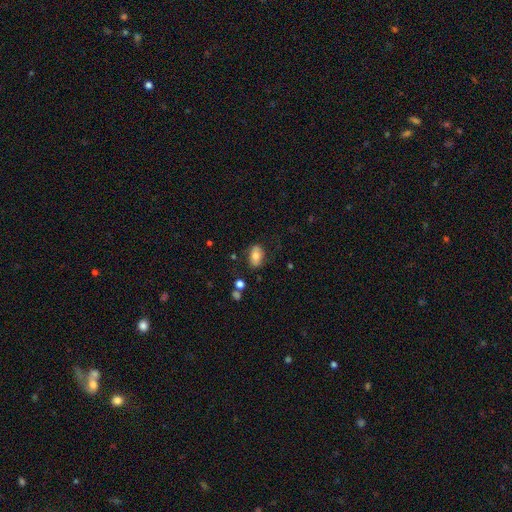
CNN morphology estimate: The model was most divided on "smooth or featured": smooth: 74%, featured or disk: 18%, star or artifact: 8%. More confident: how rounded — in between (88%); merging — none (80%).